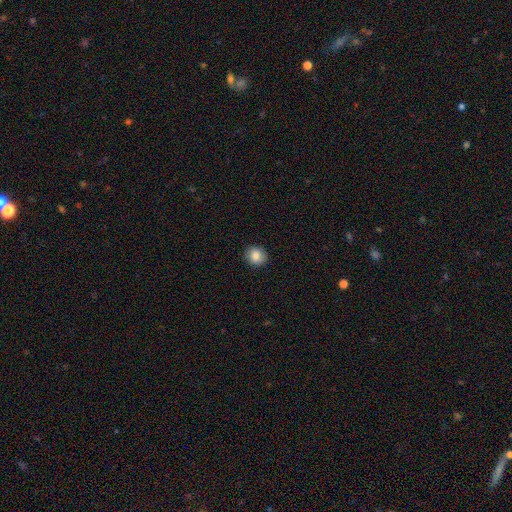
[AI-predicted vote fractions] Smooth or featured: smooth — 84% (star or artifact — 9%)
How rounded: round — 83% (in between — 16%)
Merging: none — 89% (minor disturbance — 8%)